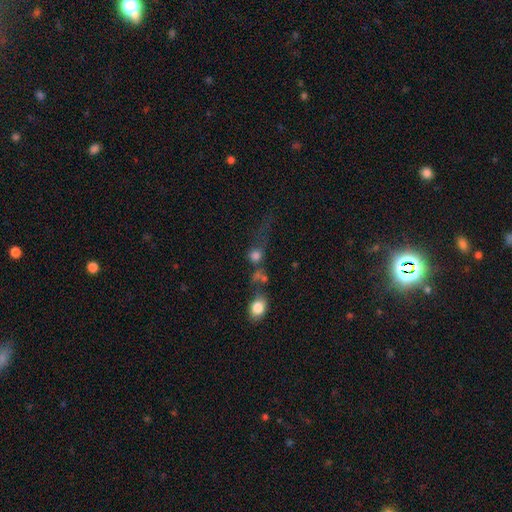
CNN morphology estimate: Smooth or featured? Predicted: smooth (p=0.66). How rounded? Predicted: round (p=0.75). Merging? Predicted: none (p=0.34).